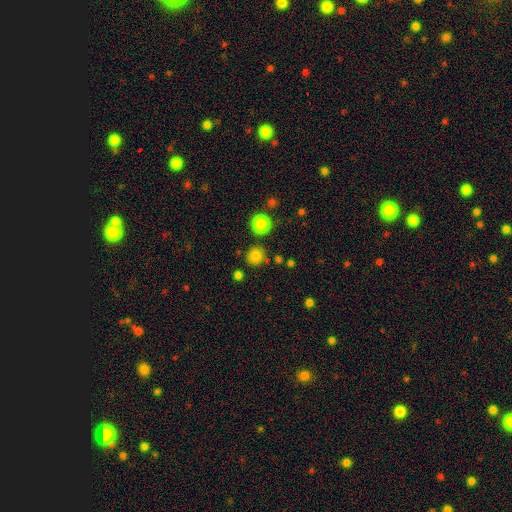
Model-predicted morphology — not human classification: Smooth or featured? Predicted: smooth (p=0.81). How rounded? Predicted: round (p=0.91). Merging? Predicted: none (p=0.81).